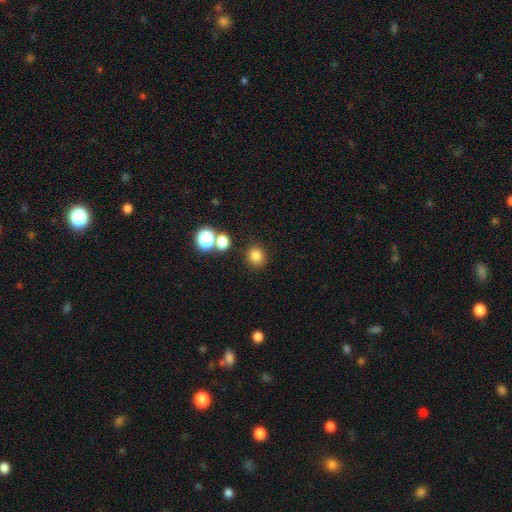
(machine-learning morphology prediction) The model was most divided on "how rounded": round: 80%, in between: 19%, cigar-shaped: 1%. More confident: merging — none (83%); smooth or featured — smooth (80%).